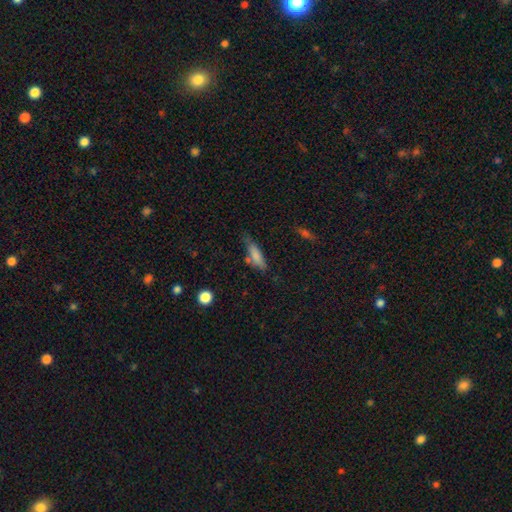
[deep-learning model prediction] A smooth galaxy with no disk features (78%) that is cigar-shaped (53%).

Vote fractions:
- Smooth or featured? smooth: 78% / featured or disk: 14% / star or artifact: 8%
- How rounded? cigar-shaped: 53% / in between: 44% / round: 2%
- Merging? none: 56% / minor disturbance: 28% / merger: 9% / major disturbance: 8%